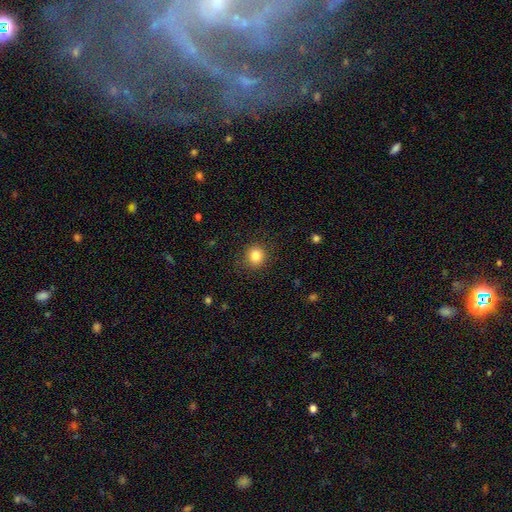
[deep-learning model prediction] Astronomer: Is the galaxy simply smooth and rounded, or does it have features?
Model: smooth — 84%.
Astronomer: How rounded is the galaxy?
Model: round — 79%.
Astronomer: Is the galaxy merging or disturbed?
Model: none — 88%.